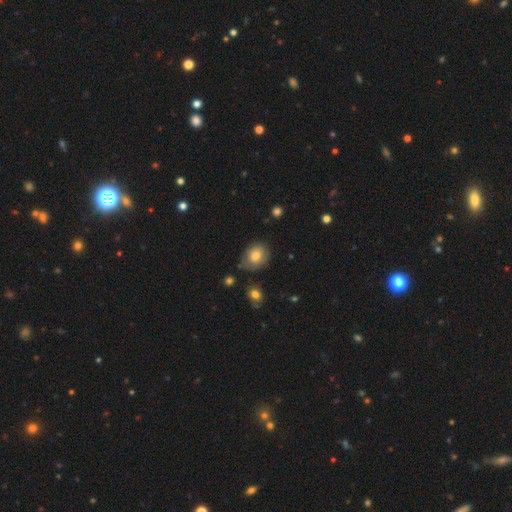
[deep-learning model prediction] smooth_or_featured: smooth (p=0.69) [alt: featured or disk p=0.22]
how_rounded: in between (p=0.53) [alt: round p=0.46]
merging: none (p=0.62) [alt: minor disturbance p=0.27]